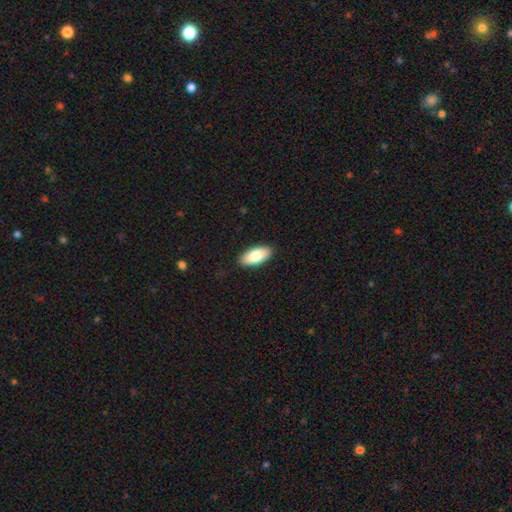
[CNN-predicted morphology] Smooth or featured?
  - smooth: 82% *
  - featured or disk: 12%
  - star or artifact: 6%
How rounded?
  - in between: 91% *
  - cigar-shaped: 7%
  - round: 2%
Merging?
  - none: 89% *
  - minor disturbance: 8%
  - major disturbance: 2%
  - merger: 1%